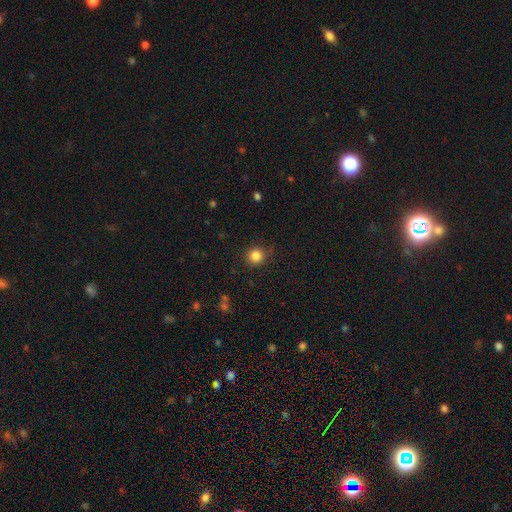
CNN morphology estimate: Smooth or featured? Predicted: smooth (p=0.84). How rounded? Predicted: round (p=0.92). Merging? Predicted: none (p=0.89).